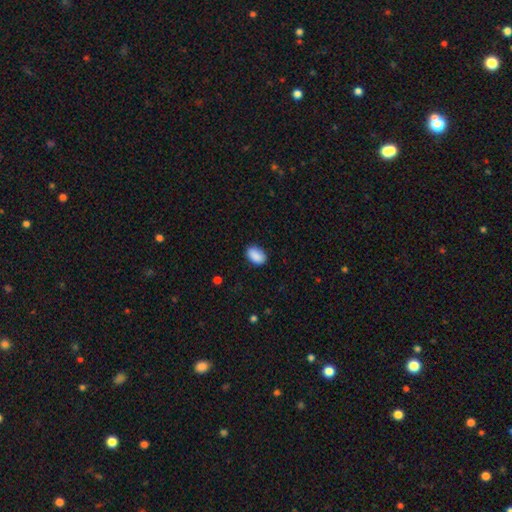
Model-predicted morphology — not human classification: type=smooth (90%); roundness=in between (89%); merging=none (85%).